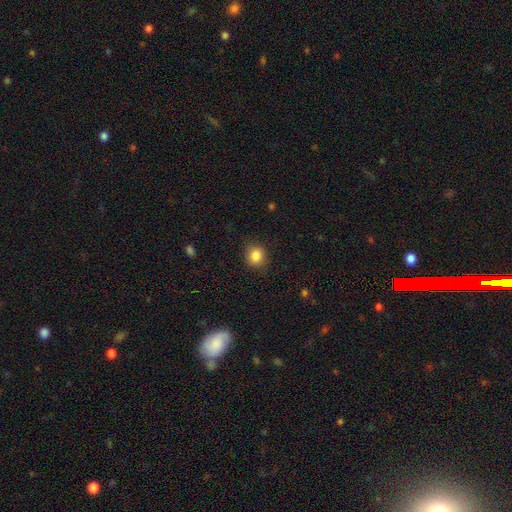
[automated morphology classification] smooth-or-featured: smooth: 85% | star or artifact: 10% | featured or disk: 4%
  how-rounded: round: 83% | in between: 16% | cigar-shaped: 1%
  merging: none: 85% | minor disturbance: 11% | major disturbance: 3% | merger: 1%